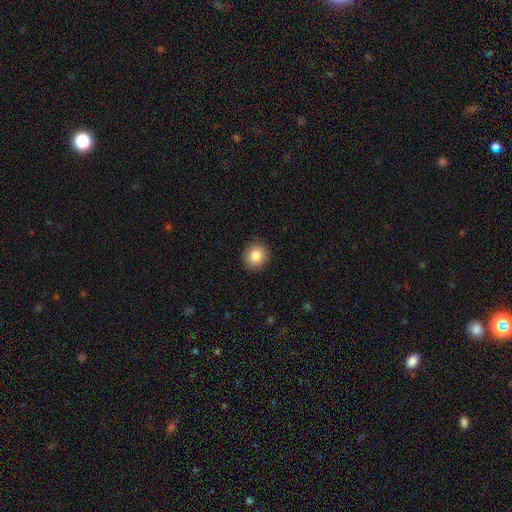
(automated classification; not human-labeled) A smooth galaxy with no disk features (85%) that is round (88%).

Vote fractions:
- Smooth or featured? smooth: 85% / star or artifact: 9% / featured or disk: 6%
- How rounded? round: 88% / in between: 12% / cigar-shaped: 1%
- Merging? none: 91% / minor disturbance: 6% / major disturbance: 2% / merger: 1%